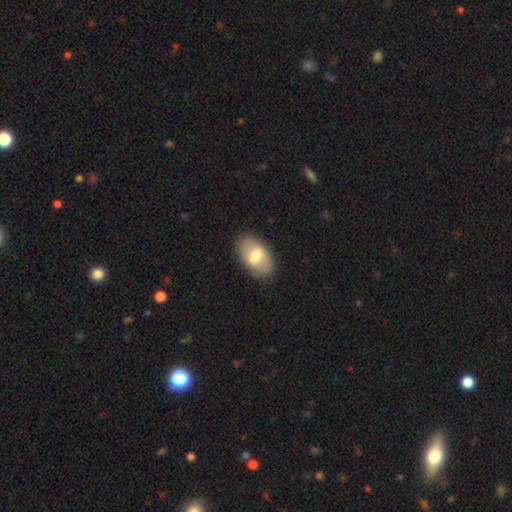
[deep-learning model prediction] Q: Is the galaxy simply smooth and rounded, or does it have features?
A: smooth — 66%.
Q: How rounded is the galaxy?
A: in between — 93%.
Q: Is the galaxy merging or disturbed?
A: none — 84%.